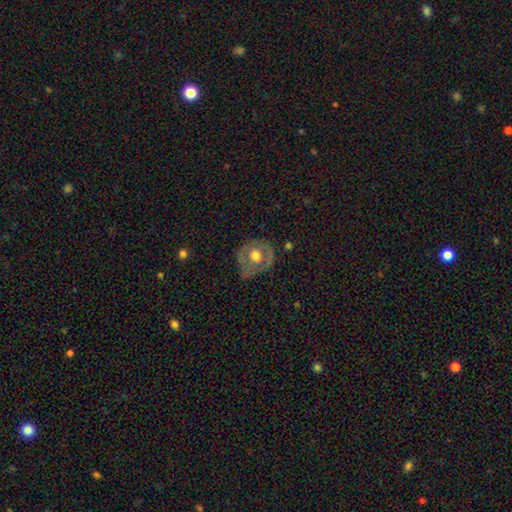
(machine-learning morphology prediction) A featured or disk galaxy (53%).

Vote fractions:
- Smooth or featured? featured or disk: 53% / smooth: 41% / star or artifact: 7%
- Edge-on disk? no: 95% / yes: 5%
- Merging? none: 61% / minor disturbance: 24% / major disturbance: 13% / merger: 2%